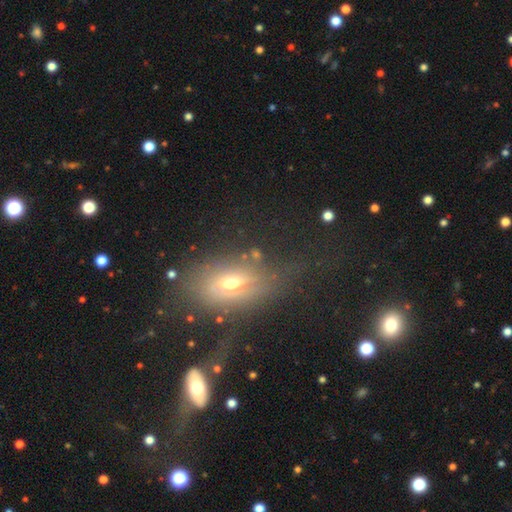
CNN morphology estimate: Smooth or featured?
  - smooth: 43% *
  - featured or disk: 38%
  - star or artifact: 20%
Merging?
  - none: 51% *
  - major disturbance: 24%
  - minor disturbance: 20%
  - merger: 6%